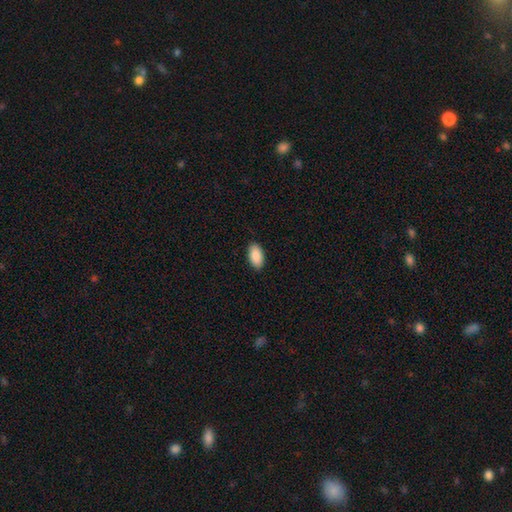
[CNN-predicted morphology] Smooth or featured? smooth (89%)
How rounded? in between (95%)
Merging? none (89%)